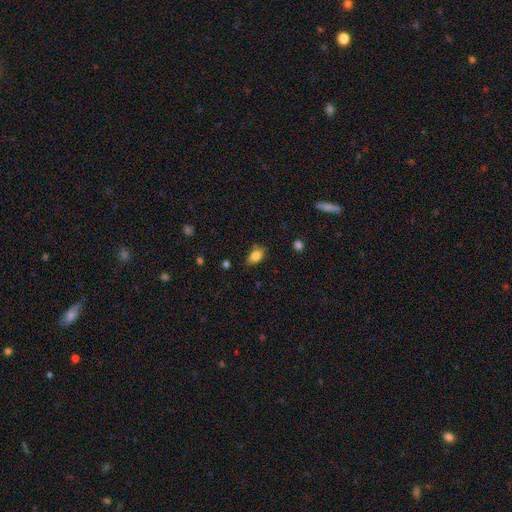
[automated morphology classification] The model was most divided on "merging": none: 72%, minor disturbance: 21%, major disturbance: 4%, merger: 3%. More confident: how rounded — in between (86%); smooth or featured — smooth (82%).